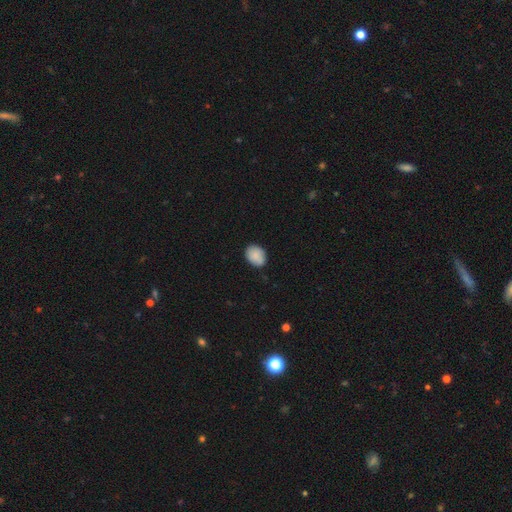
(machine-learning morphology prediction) smooth 88%, star or artifact 7%, featured or disk 5%. Down the decision tree: how rounded — in between (55%); merging — none (78%).